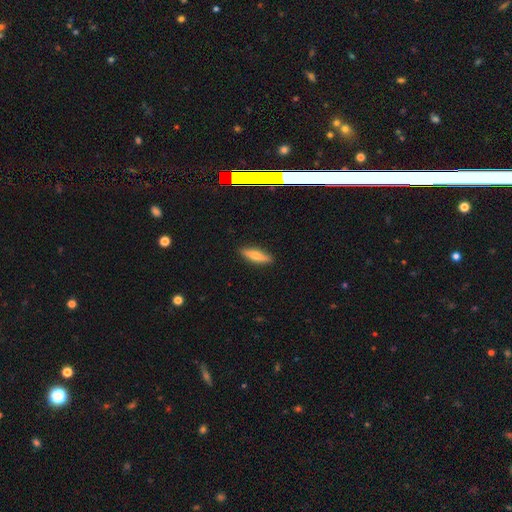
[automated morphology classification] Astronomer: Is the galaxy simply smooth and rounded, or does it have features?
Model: smooth — 63%.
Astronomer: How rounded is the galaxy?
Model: cigar-shaped — 59% (runner-up: in between, 38%).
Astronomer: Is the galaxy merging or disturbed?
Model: none — 88%.